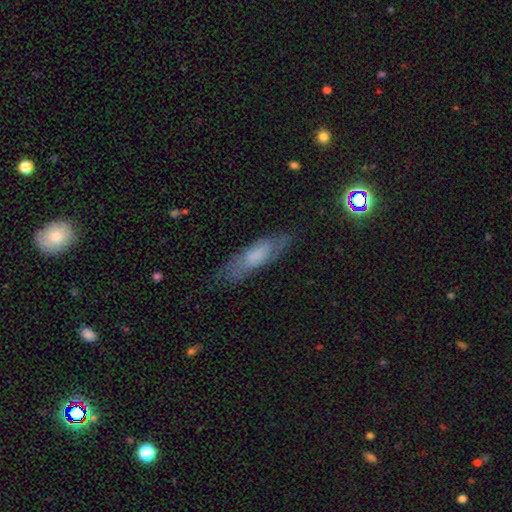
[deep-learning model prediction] A smooth galaxy with no disk features (54%) that is cigar-shaped (58%).

Vote fractions:
- Smooth or featured? smooth: 54% / featured or disk: 37% / star or artifact: 8%
- How rounded? cigar-shaped: 58% / in between: 40% / round: 2%
- Merging? none: 74% / minor disturbance: 19% / major disturbance: 6% / merger: 2%